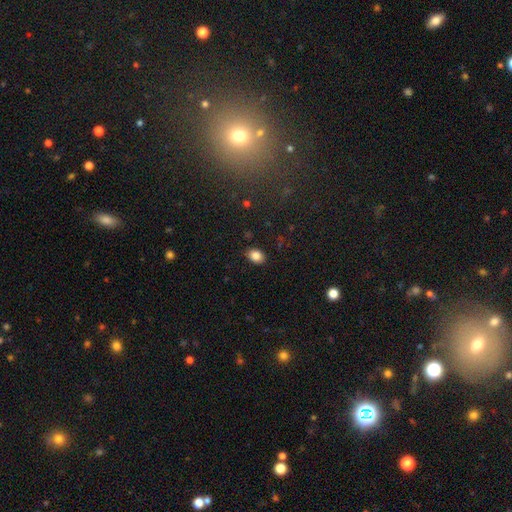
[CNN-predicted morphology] smooth-or-featured: smooth: 86% | star or artifact: 9% | featured or disk: 5%
  how-rounded: in between: 72% | round: 27% | cigar-shaped: 1%
  merging: none: 86% | minor disturbance: 11% | major disturbance: 2% | merger: 1%